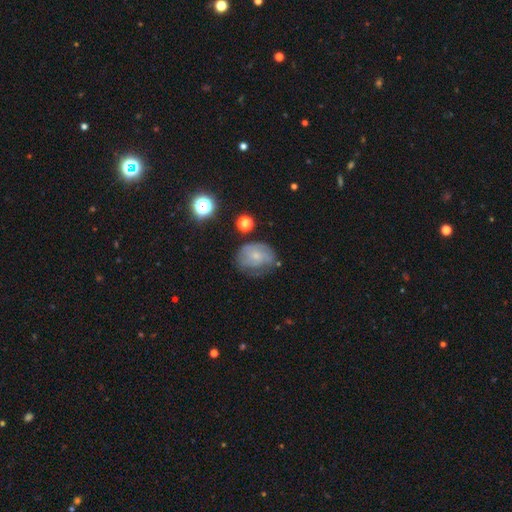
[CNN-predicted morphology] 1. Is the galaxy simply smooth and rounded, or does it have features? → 45% featured or disk, 44% smooth, 11% star or artifact.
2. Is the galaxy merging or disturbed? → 52% none, 29% minor disturbance, 15% major disturbance, 3% merger.